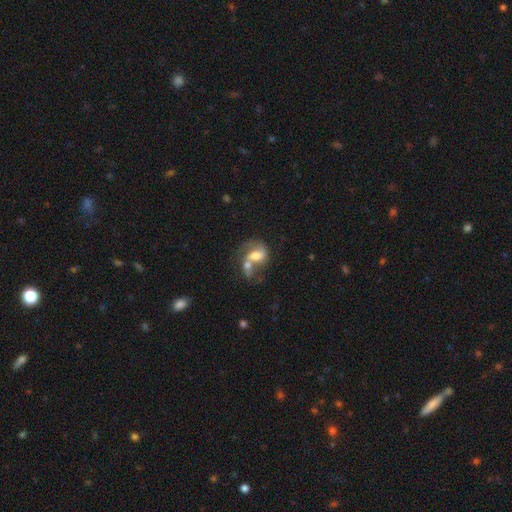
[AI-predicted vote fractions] Smooth or featured? featured or disk (57%)
Edge-on disk? no (97%)
Bar? no (50%)
Spiral arms? yes (71%)
Bulge size? moderate (51%)
Merging? merger (59%)